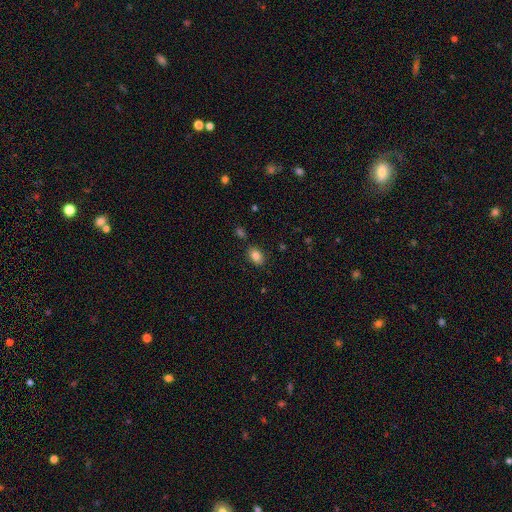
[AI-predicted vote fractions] smooth_or_featured: smooth (p=0.85) [alt: star or artifact p=0.09]
how_rounded: in between (p=0.84) [alt: round p=0.15]
merging: none (p=0.83) [alt: minor disturbance p=0.11]